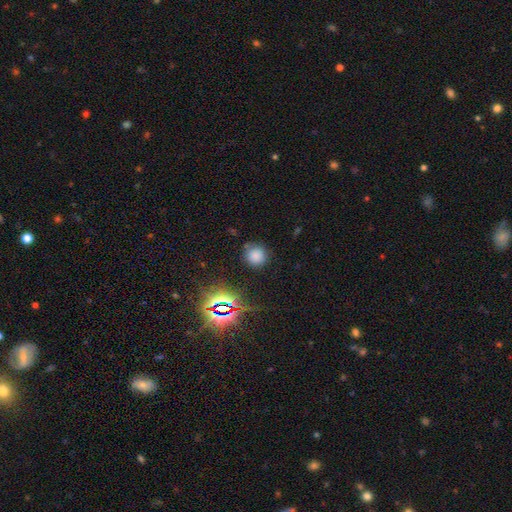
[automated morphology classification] Smooth or featured? smooth (75%)
How rounded? round (91%)
Merging? none (80%)